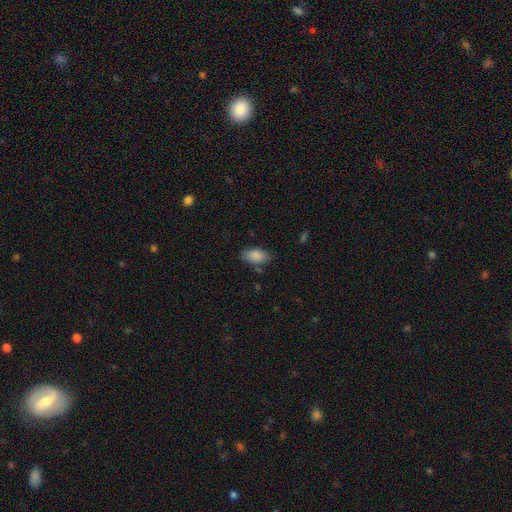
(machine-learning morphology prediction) Overall: smooth (87%). How rounded: in between (93%). Merging: none (75%).